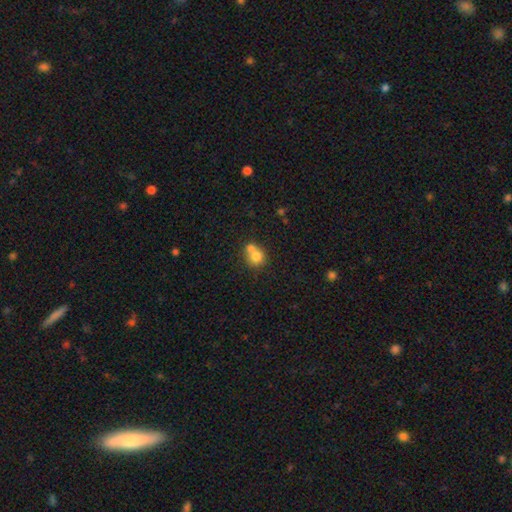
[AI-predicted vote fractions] smooth-or-featured: smooth: 73% | featured or disk: 16% | star or artifact: 11%
  how-rounded: round: 75% | in between: 24% | cigar-shaped: 1%
  merging: merger: 56% | none: 32% | minor disturbance: 8% | major disturbance: 3%